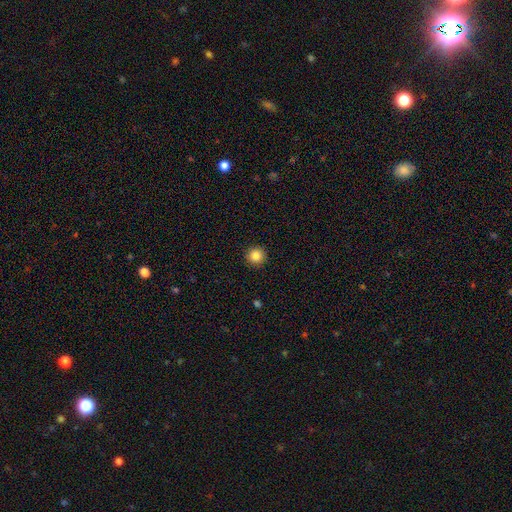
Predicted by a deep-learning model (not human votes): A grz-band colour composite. It shows a smooth galaxy with no disk features (84%) that is round (96%). Merging: none (93%).